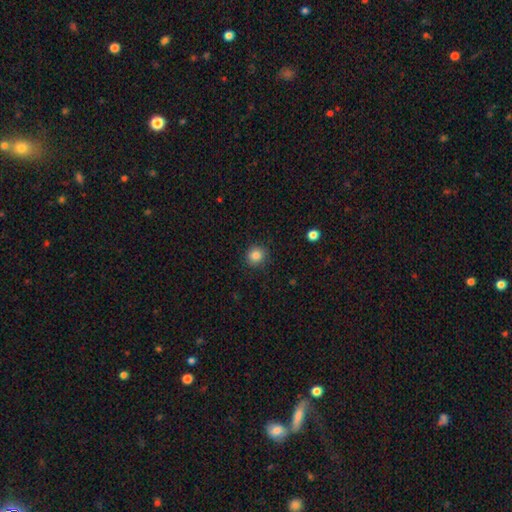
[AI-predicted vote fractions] A smooth galaxy with no disk features (85%) that is round (88%).

Vote fractions:
- Smooth or featured? smooth: 85% / star or artifact: 10% / featured or disk: 5%
- How rounded? round: 88% / in between: 11% / cigar-shaped: 1%
- Merging? none: 89% / minor disturbance: 8% / major disturbance: 2% / merger: 1%